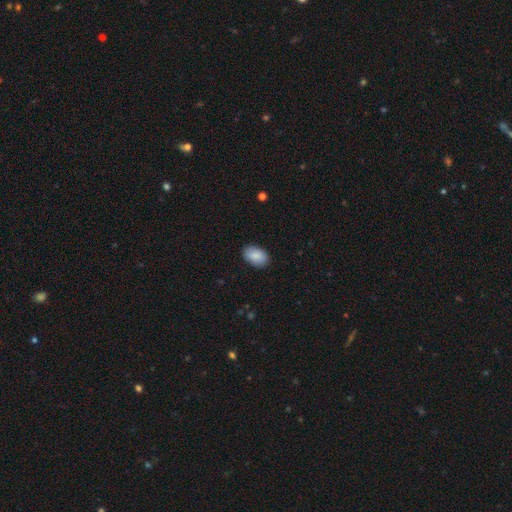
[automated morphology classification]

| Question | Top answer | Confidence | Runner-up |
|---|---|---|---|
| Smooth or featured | smooth | 89% | star or artifact (6%) |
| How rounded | in between | 92% | round (7%) |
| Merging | none | 88% | minor disturbance (9%) |